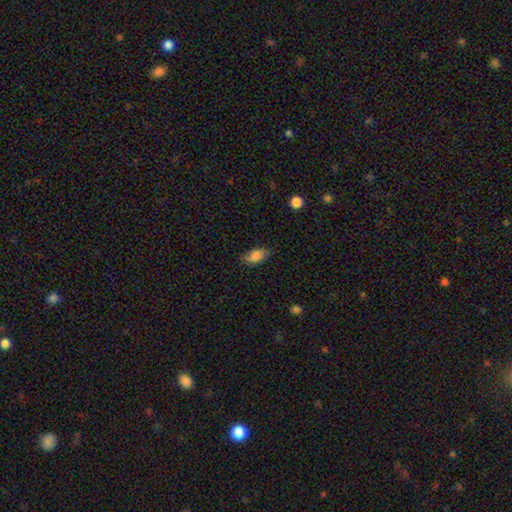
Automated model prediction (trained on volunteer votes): Smooth or featured?
  - smooth: 85% *
  - star or artifact: 8%
  - featured or disk: 7%
How rounded?
  - in between: 91% *
  - round: 4%
  - cigar-shaped: 4%
Merging?
  - none: 77% *
  - minor disturbance: 19%
  - major disturbance: 4%
  - merger: 1%